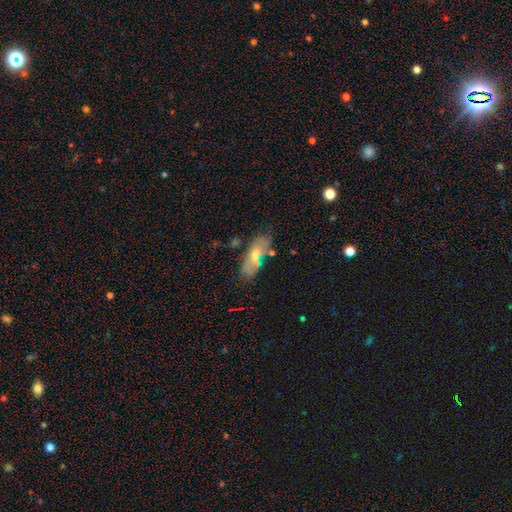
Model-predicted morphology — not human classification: smooth-or-featured: smooth: 51% | featured or disk: 41% | star or artifact: 8%
  how-rounded: in between: 78% | cigar-shaped: 18% | round: 4%
  merging: none: 68% | minor disturbance: 19% | merger: 7% | major disturbance: 6%